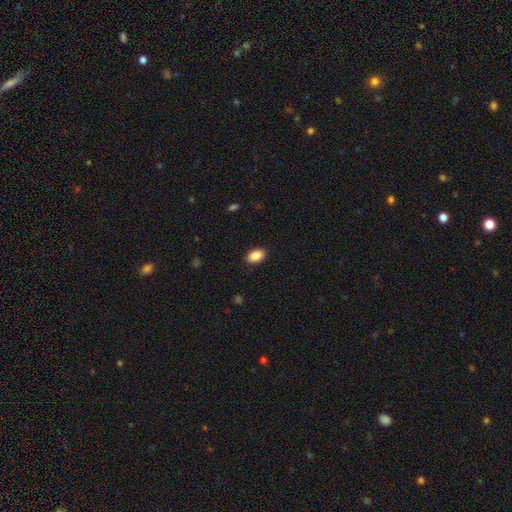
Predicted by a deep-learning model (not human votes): A smooth galaxy with no disk features (90%) that is in between round and cigar-shaped (91%). Merging: none (90%).